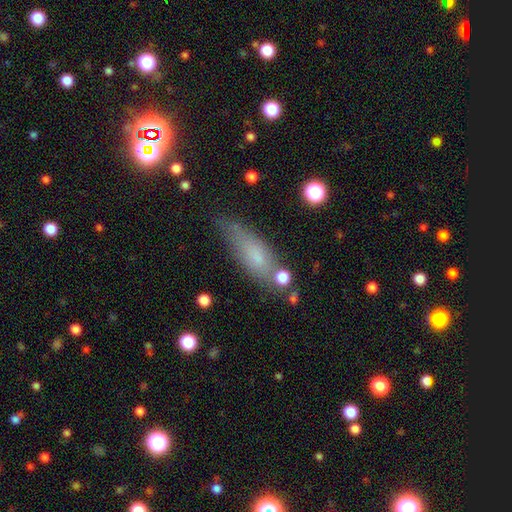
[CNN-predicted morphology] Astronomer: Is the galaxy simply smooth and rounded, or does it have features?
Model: smooth — 66%.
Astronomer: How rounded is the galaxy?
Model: in between — 54% (runner-up: cigar-shaped, 42%).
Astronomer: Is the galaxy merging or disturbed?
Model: none — 57%.